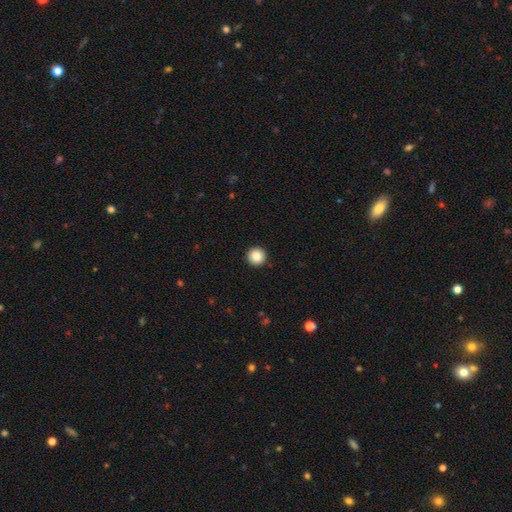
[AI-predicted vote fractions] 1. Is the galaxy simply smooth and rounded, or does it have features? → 86% smooth, 9% star or artifact, 5% featured or disk.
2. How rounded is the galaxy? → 96% round, 3% in between, 1% cigar-shaped.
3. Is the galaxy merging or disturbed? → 93% none, 4% minor disturbance, 1% major disturbance, 1% merger.